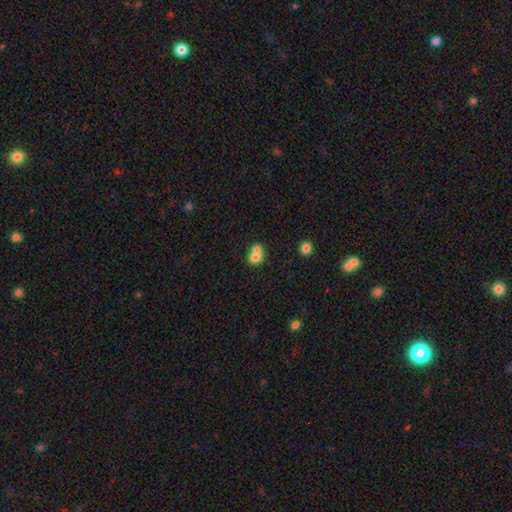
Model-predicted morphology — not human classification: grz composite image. It shows a smooth galaxy with no disk features (72%) that is round (64%). Merging: merger (67%).